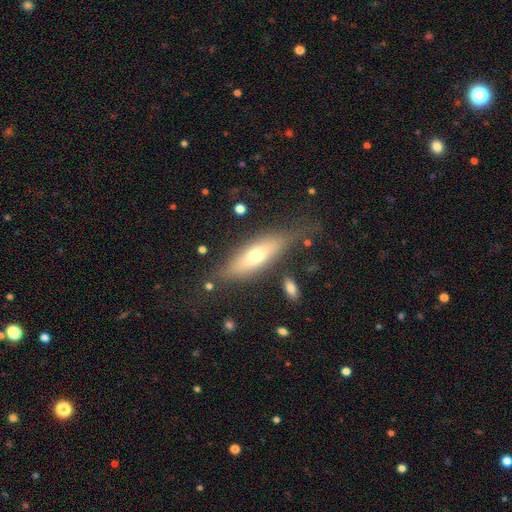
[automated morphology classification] Q: Smooth or featured?
A: smooth (51%); runner-up: featured or disk (41%)
Q: How rounded?
A: cigar-shaped (52%); runner-up: in between (46%)
Q: Merging?
A: none (71%); runner-up: minor disturbance (18%)